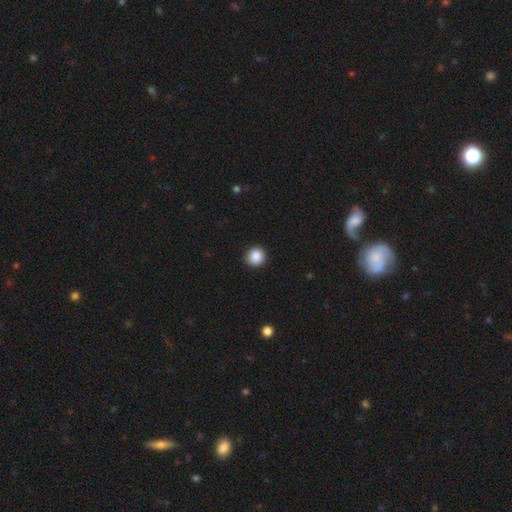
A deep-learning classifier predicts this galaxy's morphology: smooth 88%, star or artifact 9%, featured or disk 4%. Down the decision tree: how rounded — round (91%); merging — none (91%).